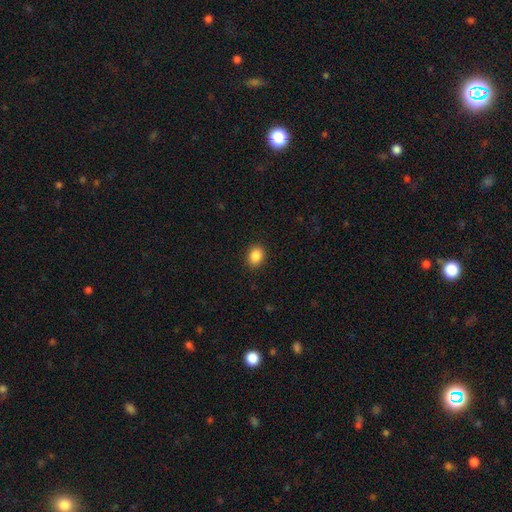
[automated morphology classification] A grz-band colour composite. It shows a smooth galaxy with no disk features (88%) that is in between round and cigar-shaped (60%). Merging: none (89%).